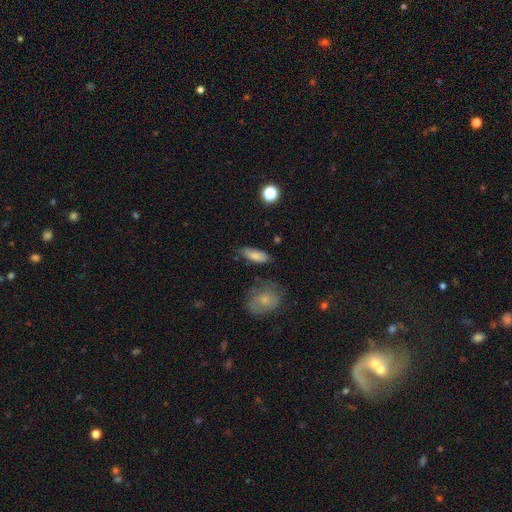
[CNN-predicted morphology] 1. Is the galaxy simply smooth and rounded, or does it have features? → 81% smooth, 11% featured or disk, 8% star or artifact.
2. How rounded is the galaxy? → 74% in between, 22% cigar-shaped, 4% round.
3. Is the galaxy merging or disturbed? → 69% none, 21% minor disturbance, 6% major disturbance, 4% merger.